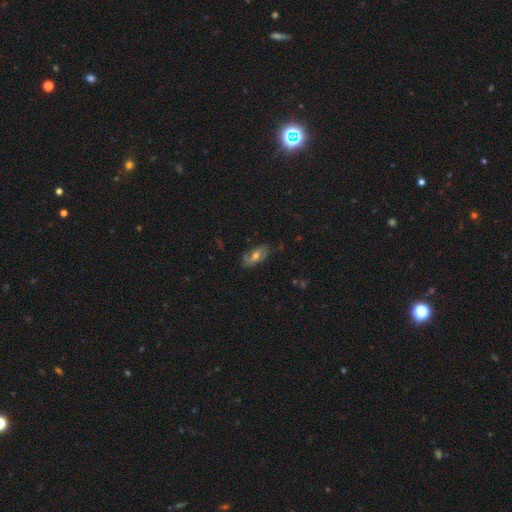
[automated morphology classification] featured or disk 47%, smooth 44%, star or artifact 9%. Down the decision tree: merging — none (73%).